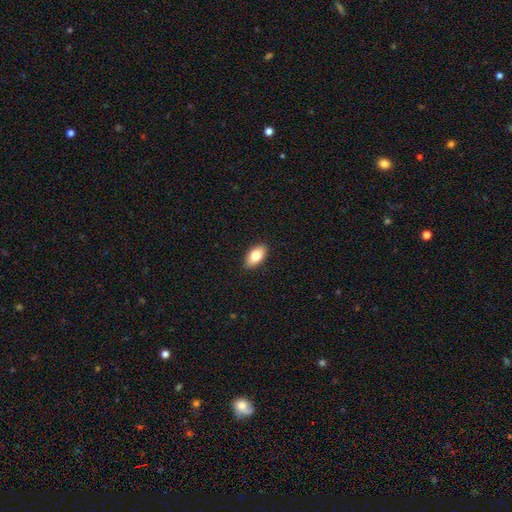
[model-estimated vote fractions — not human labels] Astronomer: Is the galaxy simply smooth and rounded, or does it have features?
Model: smooth — 80%.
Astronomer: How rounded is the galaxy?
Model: in between — 92%.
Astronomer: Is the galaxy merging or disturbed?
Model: none — 89%.